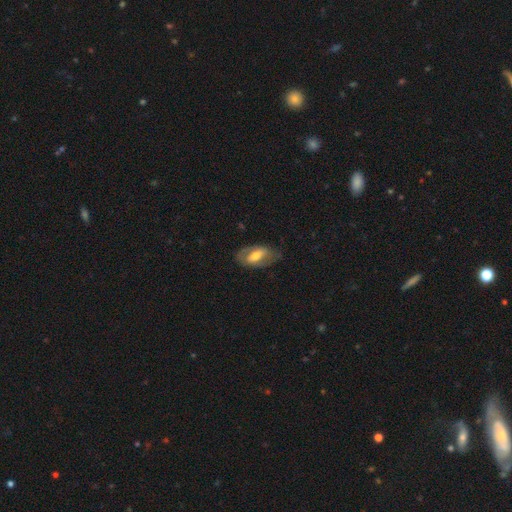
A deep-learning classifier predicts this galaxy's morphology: smooth-or-featured: featured or disk: 50% | smooth: 44% | star or artifact: 6%
  merging: none: 70% | minor disturbance: 20% | major disturbance: 8% | merger: 1%